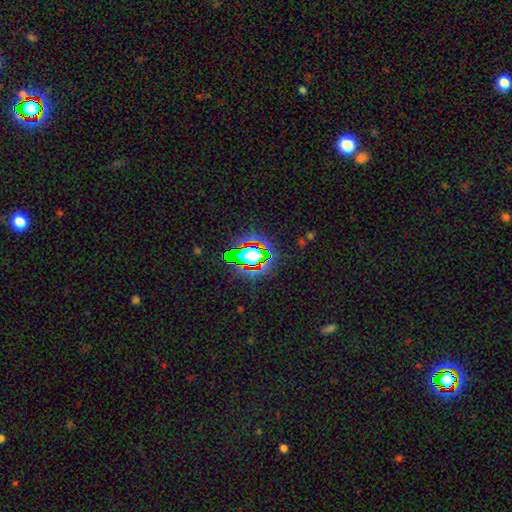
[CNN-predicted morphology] A star or artifact, not a galaxy (62%).